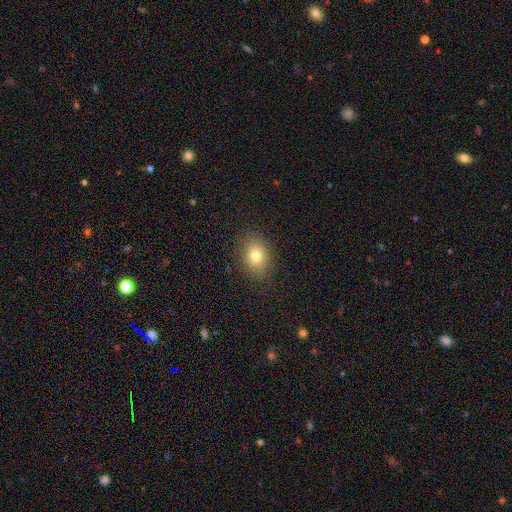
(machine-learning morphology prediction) This appears to be a smooth galaxy with no disk features (78%) that is in between round and cigar-shaped (62%). Merging: none (86%).